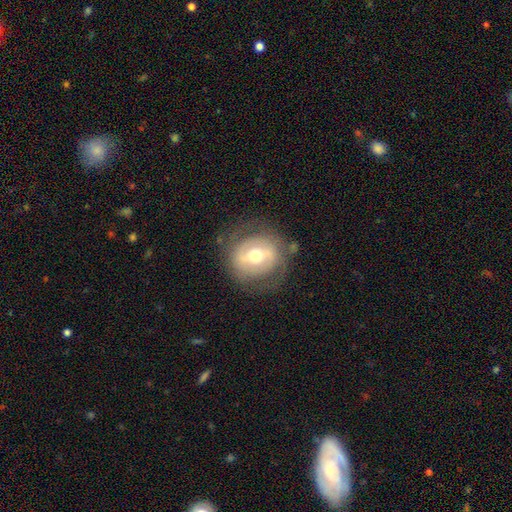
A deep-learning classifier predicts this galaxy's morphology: A featured or disk galaxy (63%) with a weak bar (38%), no spiral arms (51%) and a moderate central bulge (72%).

Vote fractions:
- Smooth or featured? featured or disk: 63% / smooth: 30% / star or artifact: 7%
- Edge-on disk? no: 95% / yes: 5%
- Bar? weak: 38% / strong: 37% / no: 24%
- Spiral arms? no: 51% / yes: 49%
- Bulge size? moderate: 72% / small: 16% / large: 9% / dominant: 1% / none: 1%
- Merging? none: 73% / minor disturbance: 16% / major disturbance: 9% / merger: 2%